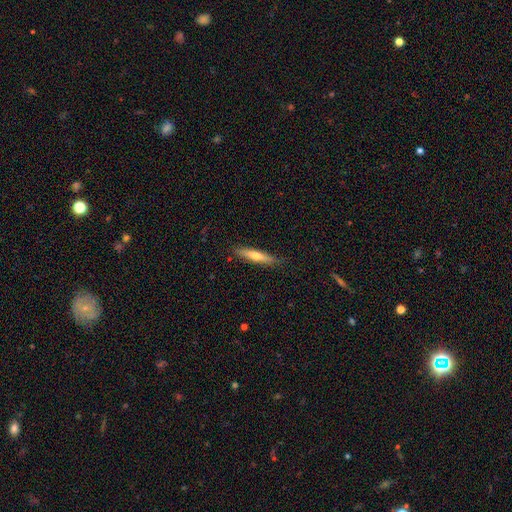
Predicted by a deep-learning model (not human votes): smooth-or-featured: smooth: 54% | featured or disk: 40% | star or artifact: 6%
  how-rounded: cigar-shaped: 87% | in between: 11% | round: 2%
  merging: none: 86% | minor disturbance: 11% | major disturbance: 2% | merger: 1%